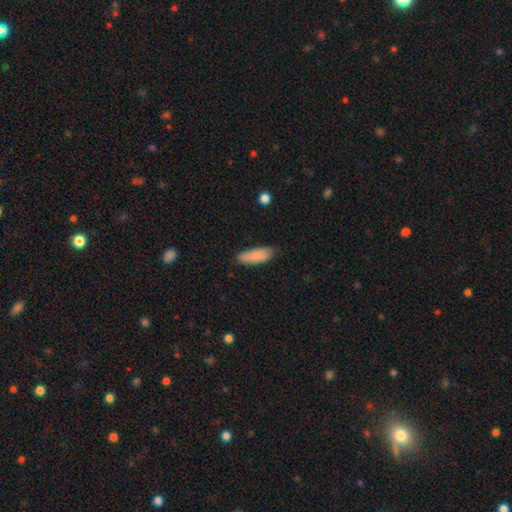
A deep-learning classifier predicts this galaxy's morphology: Q: Smooth or featured?
A: smooth (87%); runner-up: featured or disk (8%)
Q: How rounded?
A: in between (73%); runner-up: cigar-shaped (25%)
Q: Merging?
A: none (75%); runner-up: minor disturbance (21%)